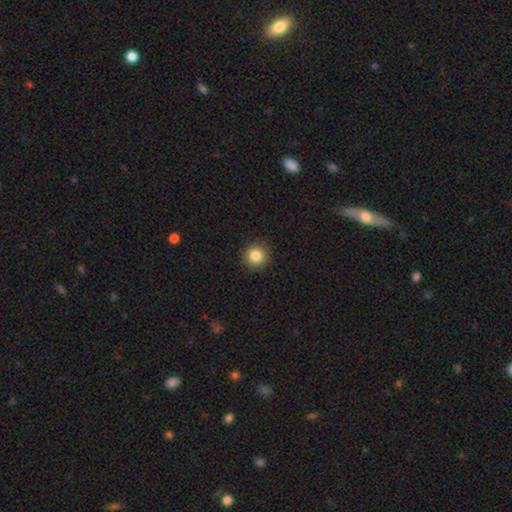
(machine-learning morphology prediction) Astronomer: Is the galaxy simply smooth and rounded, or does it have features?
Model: smooth — 84%.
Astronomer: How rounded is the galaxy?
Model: round — 93%.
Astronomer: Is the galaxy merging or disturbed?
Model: none — 91%.